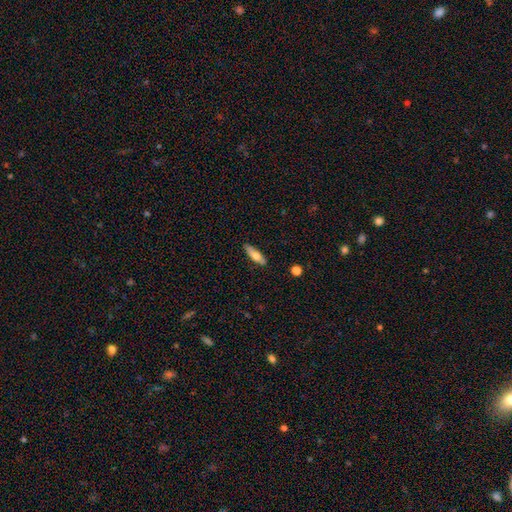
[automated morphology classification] type=smooth (66%); roundness=cigar-shaped (56%); merging=none (86%).